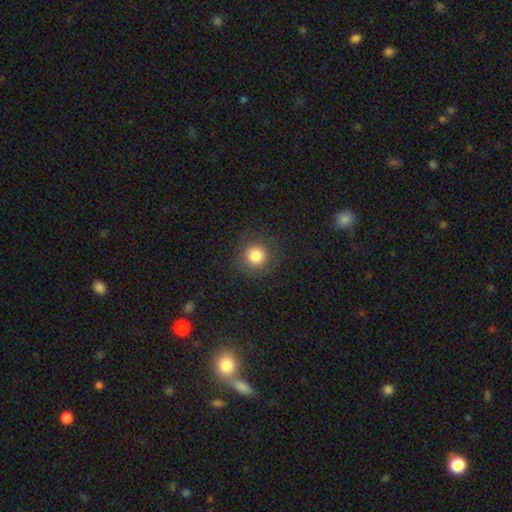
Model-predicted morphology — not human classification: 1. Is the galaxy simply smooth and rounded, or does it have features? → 82% smooth, 11% star or artifact, 7% featured or disk.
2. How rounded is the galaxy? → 94% round, 5% in between, 1% cigar-shaped.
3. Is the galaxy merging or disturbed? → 87% none, 9% minor disturbance, 4% major disturbance, 1% merger.